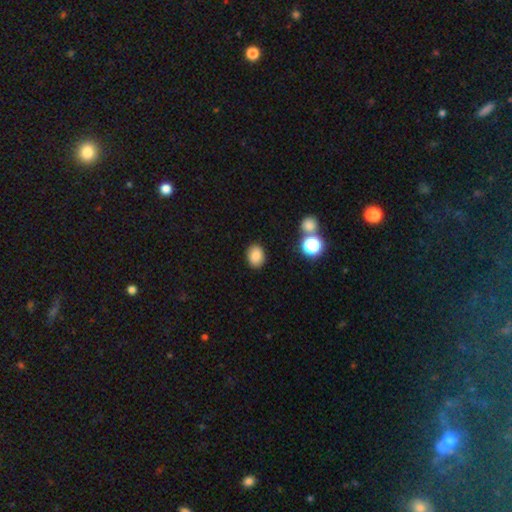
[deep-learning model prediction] This is clearly a smooth galaxy (85%). How rounded: likely in between (66%). Merging: clearly none (87%).